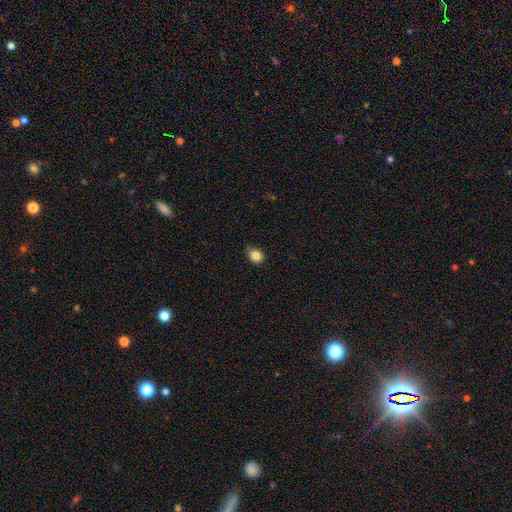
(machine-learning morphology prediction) Smooth or featured? Predicted: smooth (p=0.86). How rounded? Predicted: round (p=0.66). Merging? Predicted: none (p=0.83).